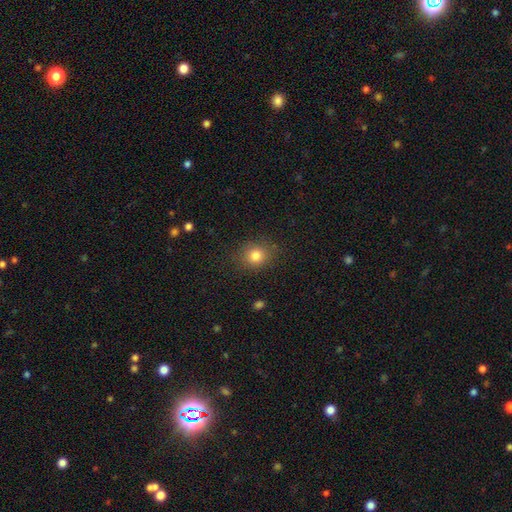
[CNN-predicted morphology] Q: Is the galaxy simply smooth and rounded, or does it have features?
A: smooth — 81%.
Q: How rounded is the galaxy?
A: round — 78%.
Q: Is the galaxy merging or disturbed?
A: none — 86%.